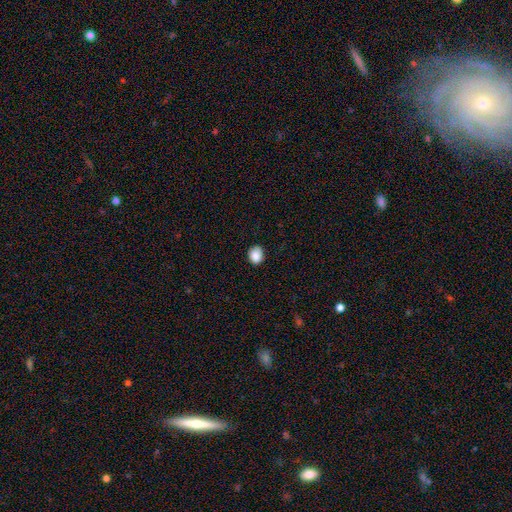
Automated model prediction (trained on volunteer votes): This appears to be a smooth galaxy with no disk features (87%) that is round (58%). Merging: none (83%).